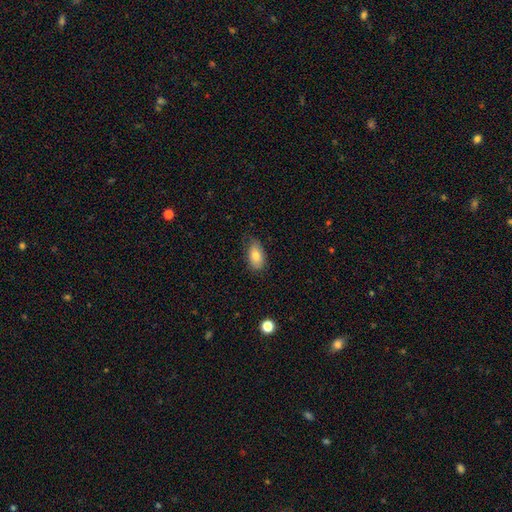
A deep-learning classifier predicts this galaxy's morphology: Overall: smooth (79%). How rounded: in between (91%). Merging: none (73%).